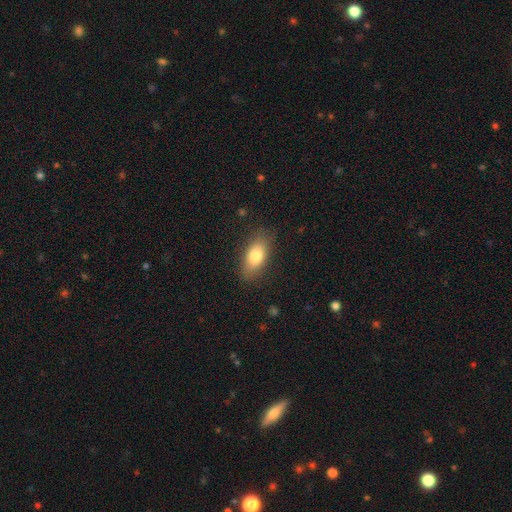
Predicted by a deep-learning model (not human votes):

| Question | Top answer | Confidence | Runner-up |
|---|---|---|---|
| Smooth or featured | smooth | 80% | featured or disk (13%) |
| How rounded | in between | 84% | cigar-shaped (11%) |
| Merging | none | 83% | minor disturbance (13%) |